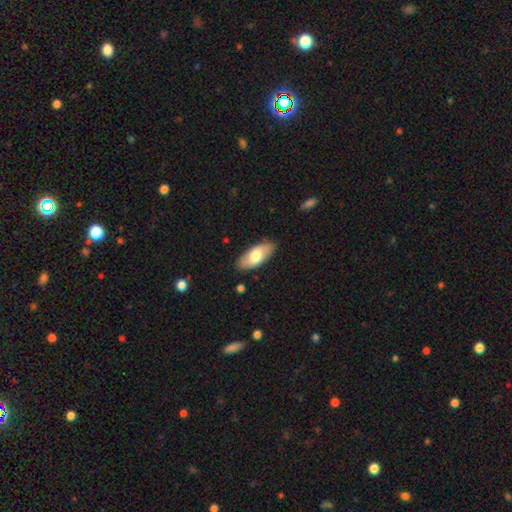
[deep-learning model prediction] smooth_or_featured: smooth (p=0.70) [alt: featured or disk p=0.25]
how_rounded: in between (p=0.89) [alt: cigar-shaped p=0.09]
merging: none (p=0.86) [alt: minor disturbance p=0.10]